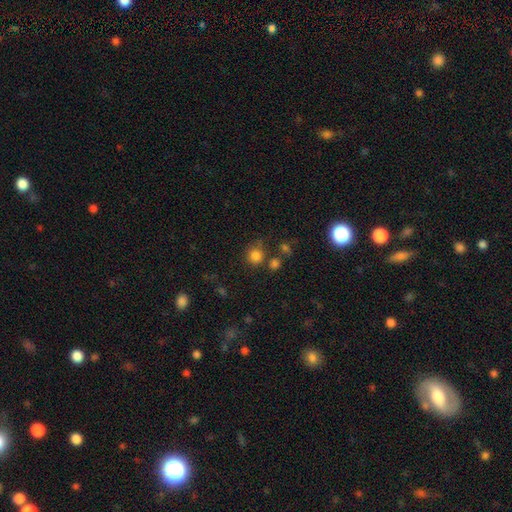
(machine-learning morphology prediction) smooth 81%, star or artifact 13%, featured or disk 6%. Down the decision tree: how rounded — round (89%); merging — none (69%).